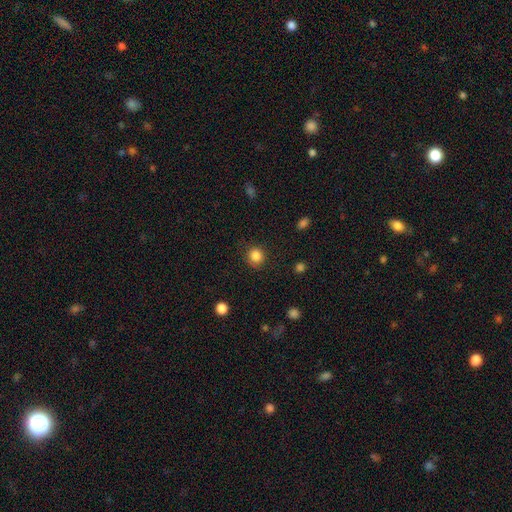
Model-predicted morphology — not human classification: Smooth or featured?
  - smooth: 85% *
  - star or artifact: 11%
  - featured or disk: 4%
How rounded?
  - round: 89% *
  - in between: 10%
  - cigar-shaped: 1%
Merging?
  - none: 89% *
  - minor disturbance: 7%
  - major disturbance: 3%
  - merger: 1%